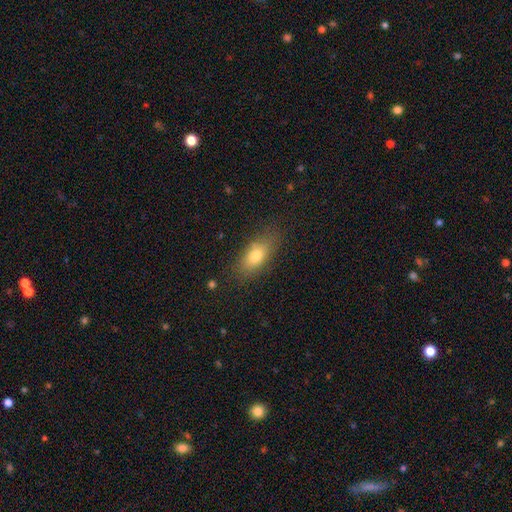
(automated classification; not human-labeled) Smooth or featured? Predicted: smooth (p=0.76). How rounded? Predicted: in between (p=0.81). Merging? Predicted: none (p=0.80).